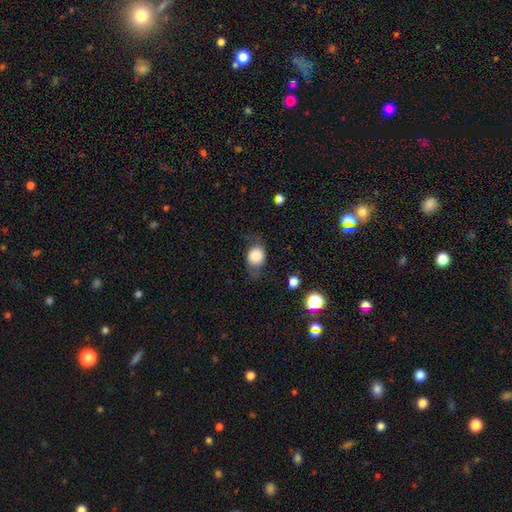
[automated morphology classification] smooth_or_featured: smooth (p=0.73) [alt: featured or disk p=0.18]
how_rounded: round (p=0.56) [alt: in between p=0.42]
merging: none (p=0.57) [alt: minor disturbance p=0.25]